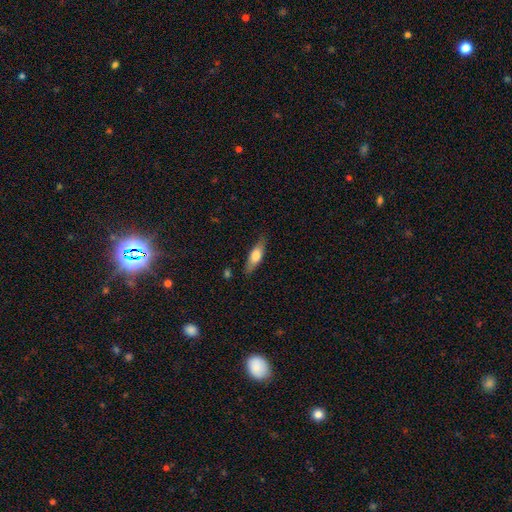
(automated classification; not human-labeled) smooth_or_featured: smooth (p=0.64) [alt: featured or disk p=0.30]
how_rounded: in between (p=0.52) [alt: cigar-shaped p=0.45]
merging: none (p=0.80) [alt: minor disturbance p=0.15]